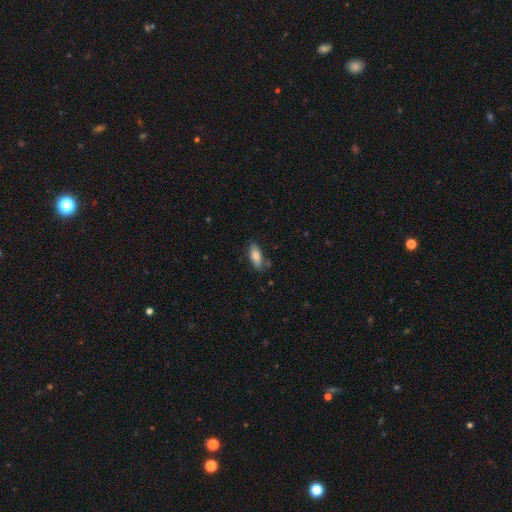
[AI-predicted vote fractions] A smooth galaxy with no disk features (79%) that is in between round and cigar-shaped (77%). Merging: none (70%).